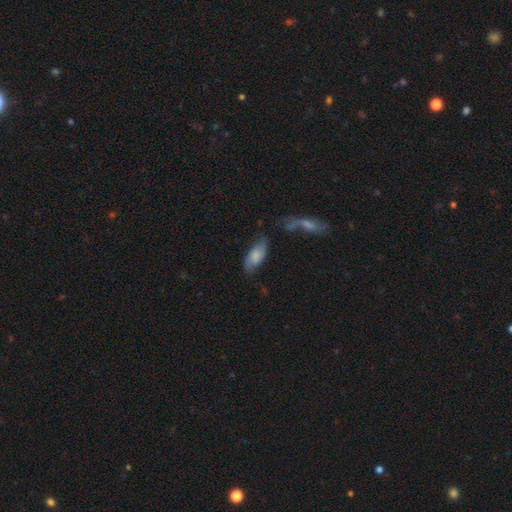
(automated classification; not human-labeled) smooth 60%, featured or disk 33%, star or artifact 7%. Down the decision tree: how rounded — in between (84%); merging — none (60%).